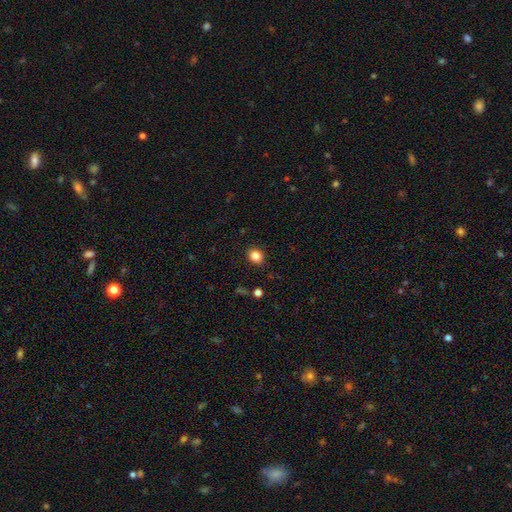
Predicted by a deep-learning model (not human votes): This is clearly a smooth galaxy (84%). How rounded: likely round (66%). Merging: clearly none (89%).